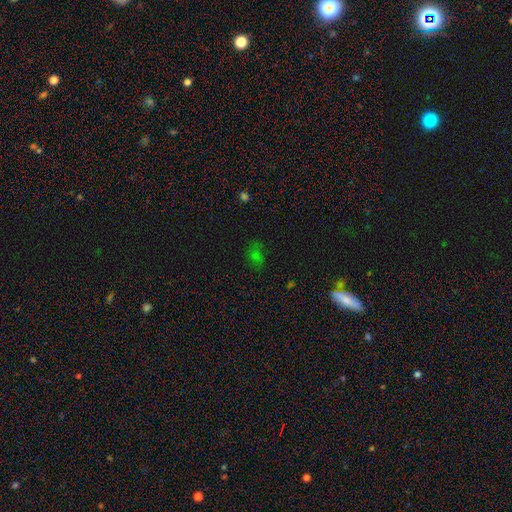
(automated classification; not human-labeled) This appears to be a smooth galaxy with no disk features (48%). Merging: none (71%).